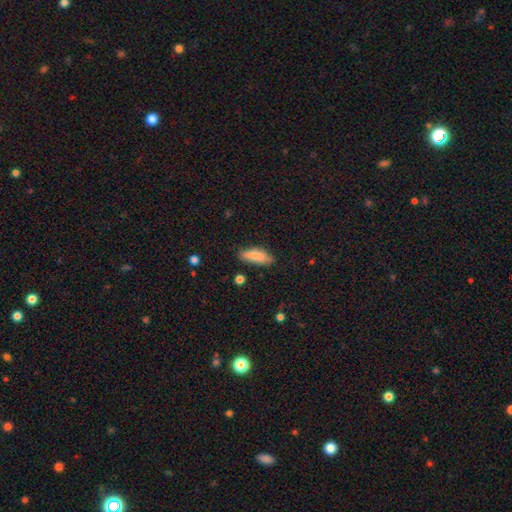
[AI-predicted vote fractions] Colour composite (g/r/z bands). It shows a smooth galaxy with no disk features (79%) that is in between round and cigar-shaped (59%). Merging: none (77%).